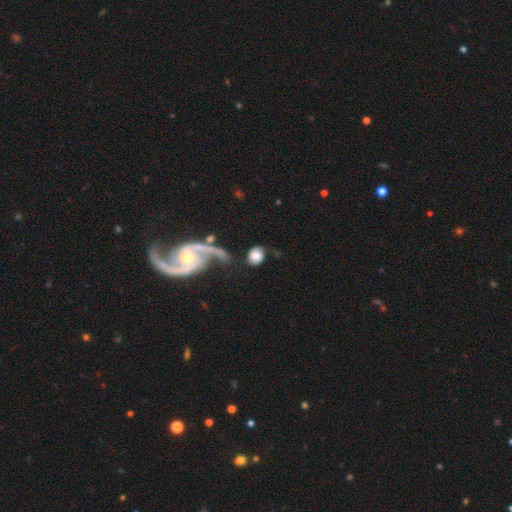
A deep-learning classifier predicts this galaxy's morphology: This appears to be a smooth galaxy with no disk features (69%) that is round (61%). Merging: none (59%).